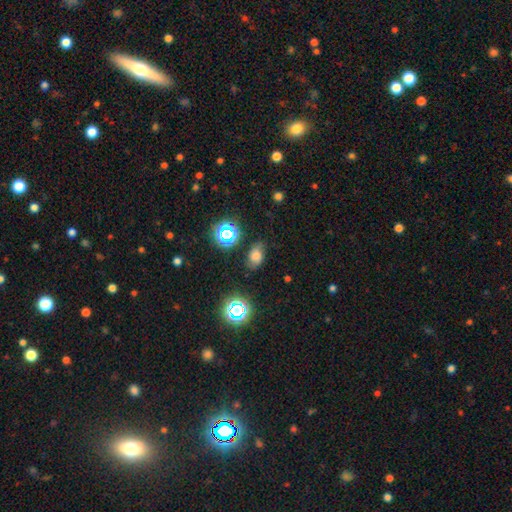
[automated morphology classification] This appears to be a smooth galaxy with no disk features (62%) that is in between round and cigar-shaped (78%). Merging: none (68%).